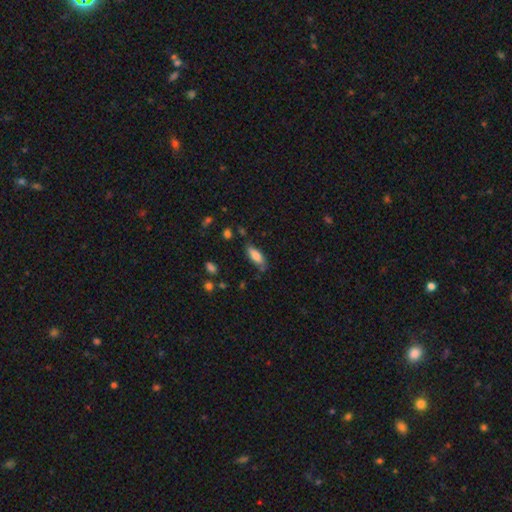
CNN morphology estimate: smooth-or-featured: smooth: 80% | featured or disk: 13% | star or artifact: 7%
  how-rounded: in between: 75% | cigar-shaped: 23% | round: 2%
  merging: none: 73% | minor disturbance: 19% | major disturbance: 4% | merger: 4%